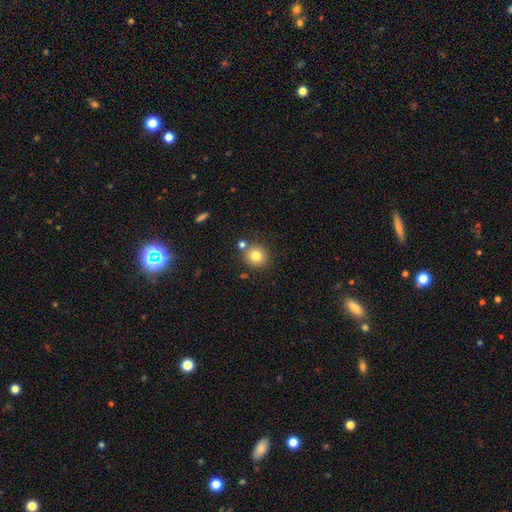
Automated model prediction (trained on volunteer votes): Overall: smooth (80%). How rounded: round (86%). Merging: none (75%).